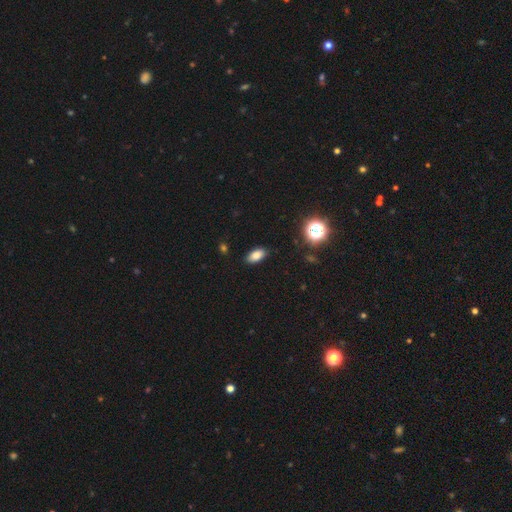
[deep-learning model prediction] Smooth or featured?
  - smooth: 83% *
  - star or artifact: 11%
  - featured or disk: 6%
How rounded?
  - in between: 91% *
  - round: 5%
  - cigar-shaped: 4%
Merging?
  - none: 87% *
  - minor disturbance: 10%
  - major disturbance: 2%
  - merger: 1%